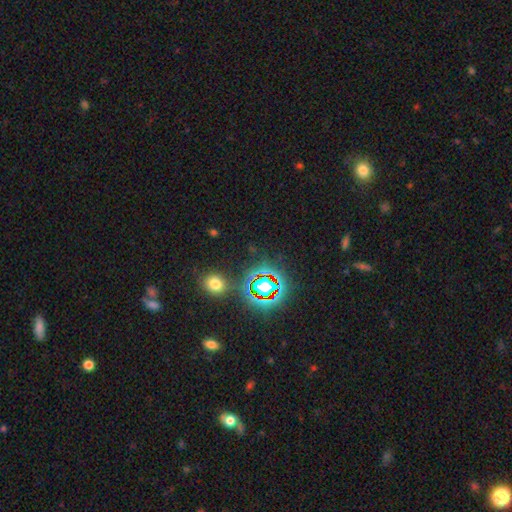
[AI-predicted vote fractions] smooth-or-featured: star or artifact: 72% | smooth: 20% | featured or disk: 8%